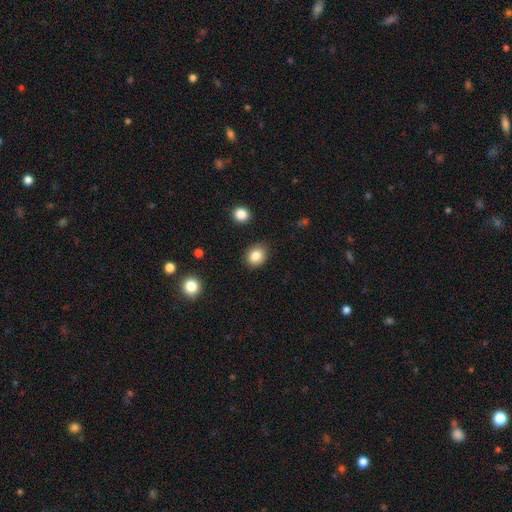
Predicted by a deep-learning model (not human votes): Morphology: type=smooth (84%); roundness=round (55%); merging=none (85%).